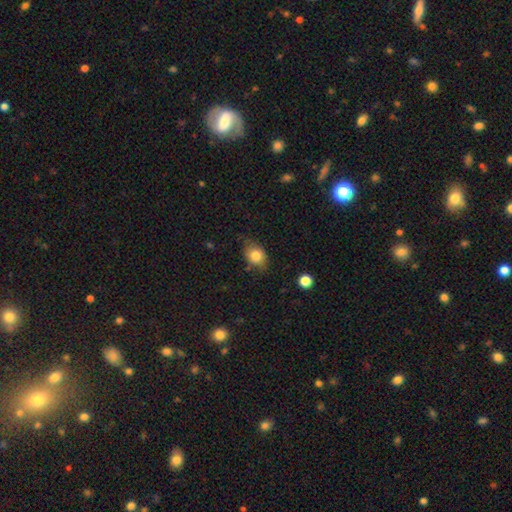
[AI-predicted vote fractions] Smooth or featured?
  - smooth: 81% *
  - featured or disk: 10%
  - star or artifact: 9%
How rounded?
  - in between: 62% *
  - round: 36%
  - cigar-shaped: 1%
Merging?
  - none: 70% *
  - minor disturbance: 23%
  - major disturbance: 5%
  - merger: 2%